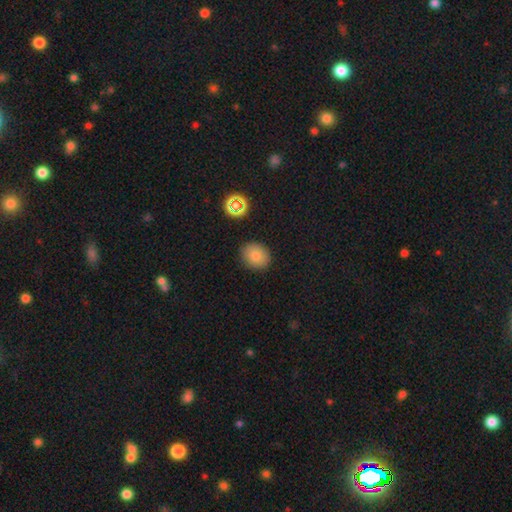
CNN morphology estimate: Smooth or featured? smooth (81%)
How rounded? round (64%)
Merging? none (86%)